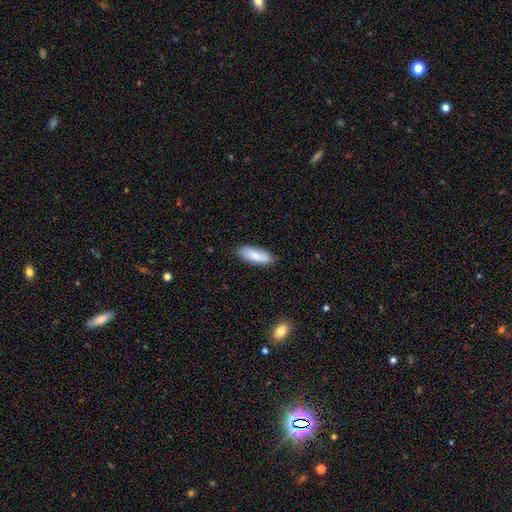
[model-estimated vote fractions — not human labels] smooth_or_featured: smooth (p=0.82) [alt: featured or disk p=0.12]
how_rounded: in between (p=0.69) [alt: cigar-shaped p=0.29]
merging: none (p=0.83) [alt: minor disturbance p=0.13]